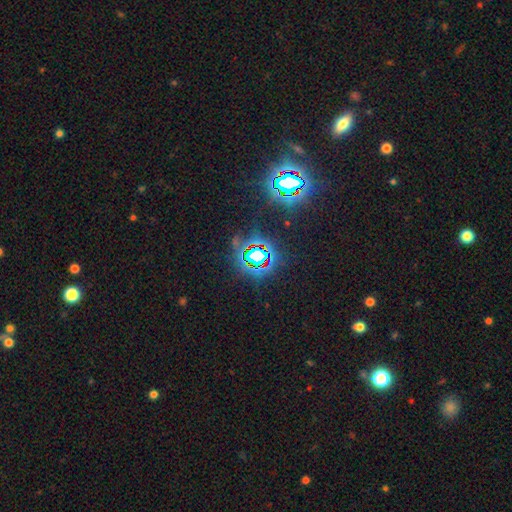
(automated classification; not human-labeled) A star or artifact, not a galaxy (77%).

Vote fractions:
- Smooth or featured? star or artifact: 77% / smooth: 13% / featured or disk: 10%